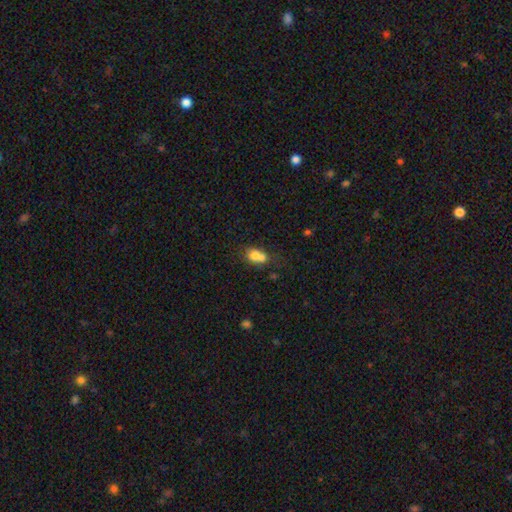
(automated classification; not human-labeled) This is likely a smooth galaxy (72%). How rounded: possibly round (50%). Merging: possibly merger (57%).